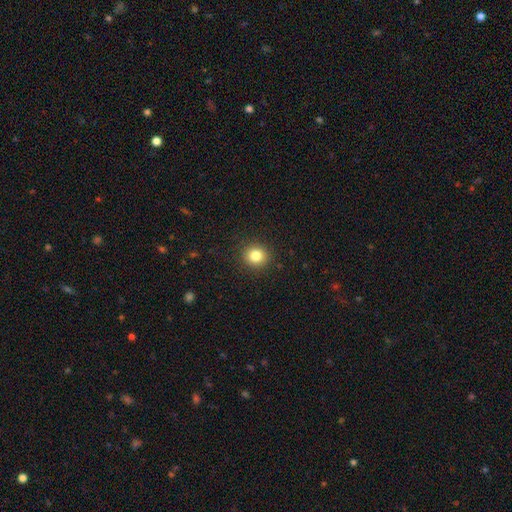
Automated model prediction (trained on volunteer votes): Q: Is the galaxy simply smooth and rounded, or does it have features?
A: smooth — 82%.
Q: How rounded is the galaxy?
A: round — 87%.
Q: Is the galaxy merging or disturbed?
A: none — 91%.